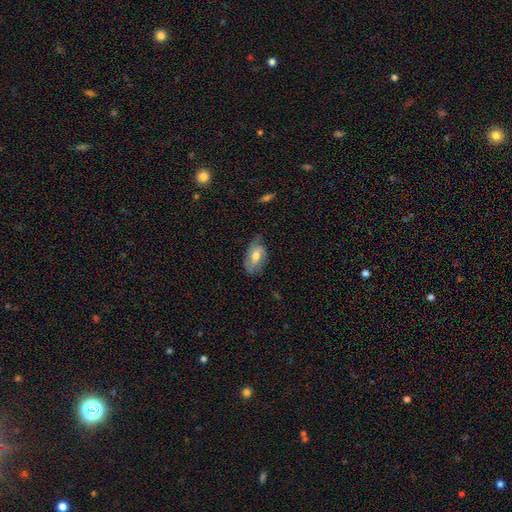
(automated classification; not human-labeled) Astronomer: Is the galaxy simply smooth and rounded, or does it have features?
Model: smooth — 57% (runner-up: featured or disk, 36%).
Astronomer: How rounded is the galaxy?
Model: in between — 91%.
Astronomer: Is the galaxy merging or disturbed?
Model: none — 61%.